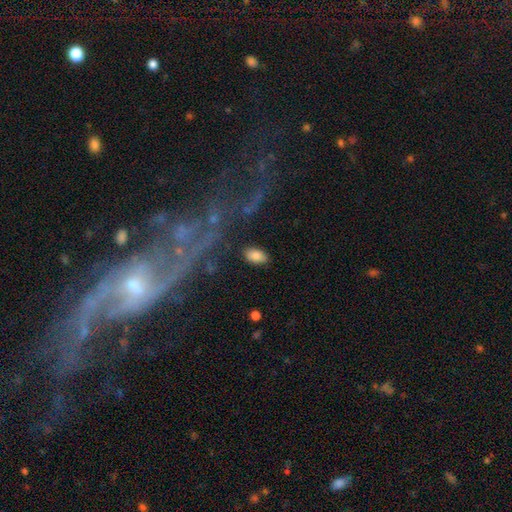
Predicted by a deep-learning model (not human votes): Smooth or featured? smooth (83%)
How rounded? in between (93%)
Merging? none (82%)